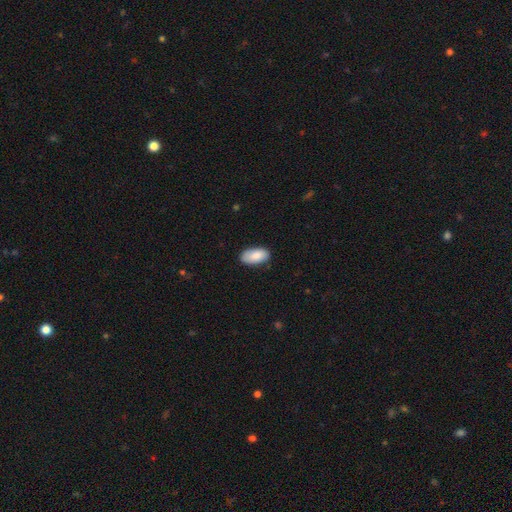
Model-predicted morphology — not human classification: smooth 85%, featured or disk 9%, star or artifact 6%. Down the decision tree: how rounded — in between (95%); merging — none (83%).